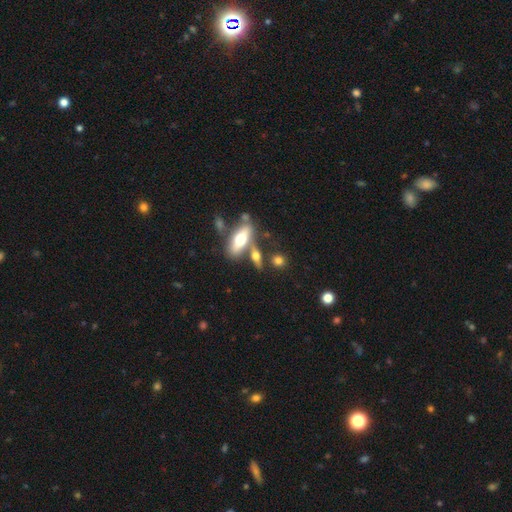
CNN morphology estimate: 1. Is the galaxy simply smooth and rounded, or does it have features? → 57% smooth, 35% featured or disk, 8% star or artifact.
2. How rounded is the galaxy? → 52% in between, 36% cigar-shaped, 12% round.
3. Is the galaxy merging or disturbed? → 57% none, 26% merger, 12% minor disturbance, 5% major disturbance.